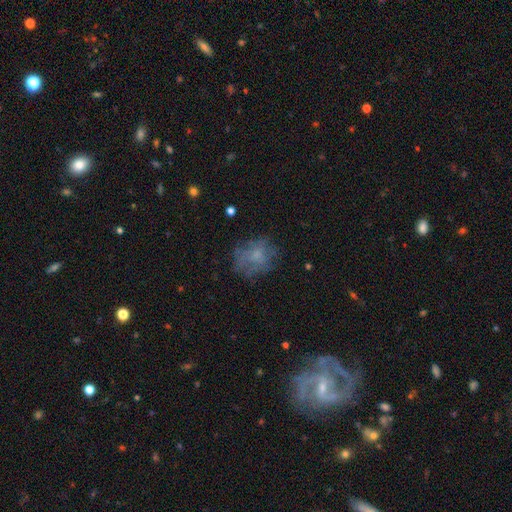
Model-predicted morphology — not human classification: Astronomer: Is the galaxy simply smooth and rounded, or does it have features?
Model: smooth — 53% (runner-up: featured or disk, 34%).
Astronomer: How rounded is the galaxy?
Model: round — 62%.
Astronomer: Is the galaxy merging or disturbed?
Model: none — 63%.